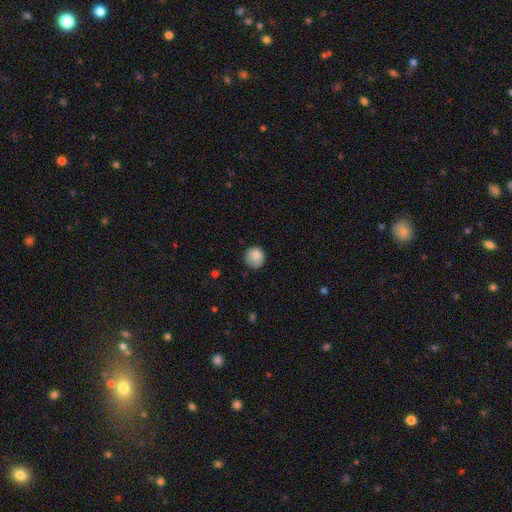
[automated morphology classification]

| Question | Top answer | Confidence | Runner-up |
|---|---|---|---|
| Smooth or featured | smooth | 86% | star or artifact (9%) |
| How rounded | round | 90% | in between (9%) |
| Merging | none | 74% | minor disturbance (20%) |